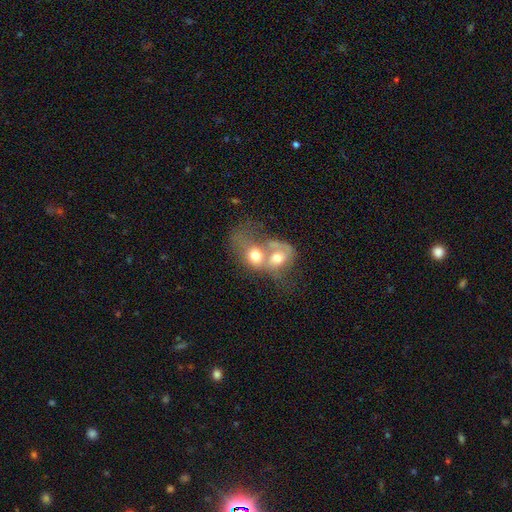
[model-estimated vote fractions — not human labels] The model was most divided on "how rounded": in between: 55%, round: 43%, cigar-shaped: 2%. More confident: merging — merger (80%); smooth or featured — smooth (53%).